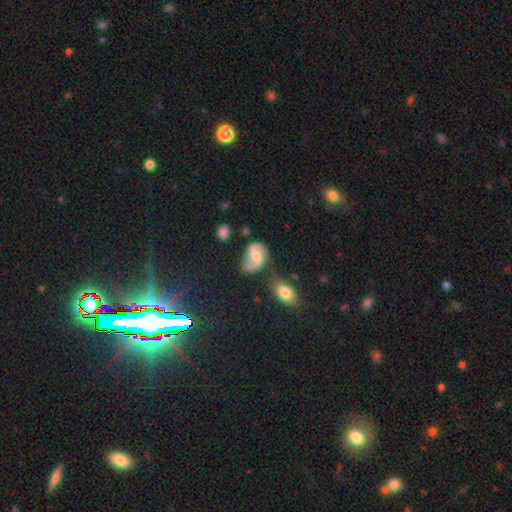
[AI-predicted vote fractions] Smooth or featured?
  - featured or disk: 53% *
  - smooth: 37%
  - star or artifact: 10%
Edge-on disk?
  - no: 97% *
  - yes: 3%
Bar?
  - weak: 44% *
  - no: 42%
  - strong: 14%
Spiral arms?
  - yes: 82% *
  - no: 18%
Bulge size?
  - moderate: 43% *
  - small: 38%
  - none: 11%
  - large: 6%
  - dominant: 2%
Merging?
  - none: 40% *
  - minor disturbance: 27%
  - major disturbance: 17%
  - merger: 16%